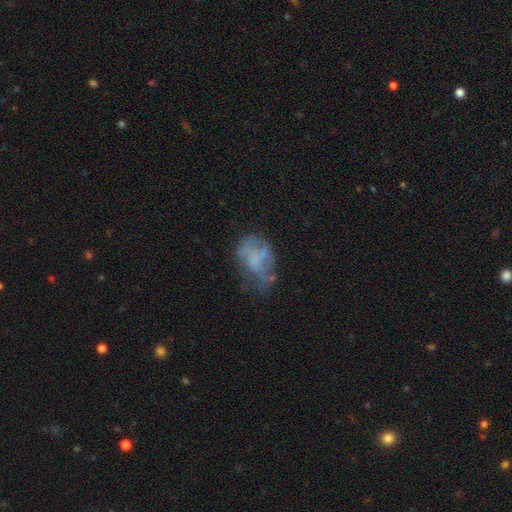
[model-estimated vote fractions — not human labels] Morphology: type=featured or disk (47%); merging=none (41%).